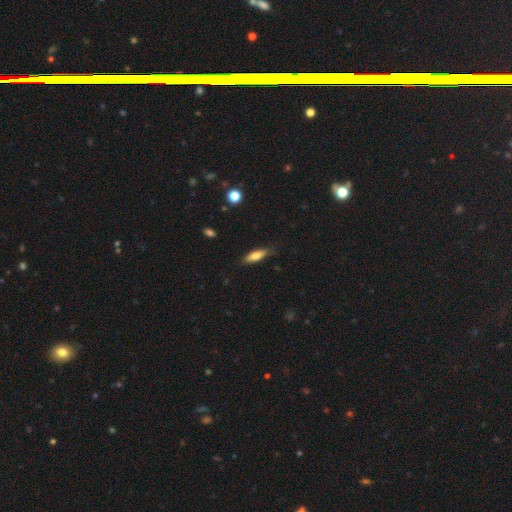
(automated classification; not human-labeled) A smooth galaxy with no disk features (72%) that is cigar-shaped (54%).

Vote fractions:
- Smooth or featured? smooth: 72% / featured or disk: 21% / star or artifact: 7%
- How rounded? cigar-shaped: 54% / in between: 44% / round: 2%
- Merging? none: 77% / minor disturbance: 18% / major disturbance: 3% / merger: 1%